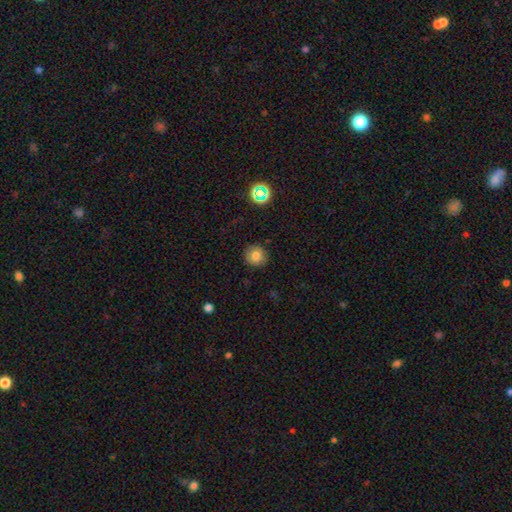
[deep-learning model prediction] smooth-or-featured: smooth: 79% | star or artifact: 13% | featured or disk: 8%
  how-rounded: round: 92% | in between: 7% | cigar-shaped: 1%
  merging: none: 90% | minor disturbance: 7% | major disturbance: 2% | merger: 1%